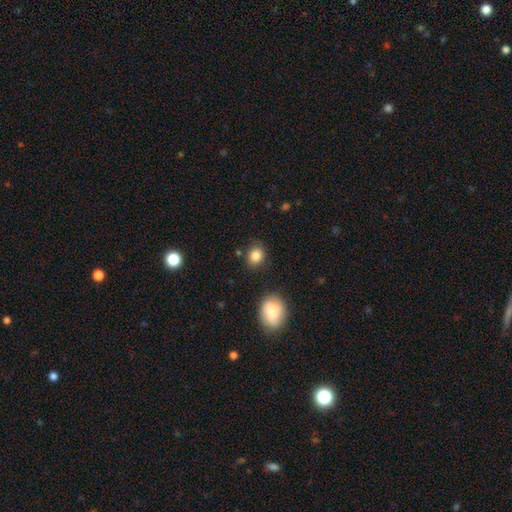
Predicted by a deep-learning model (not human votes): The model was most divided on "how rounded": round: 65%, in between: 34%, cigar-shaped: 1%. More confident: smooth or featured — smooth (84%); merging — none (83%).